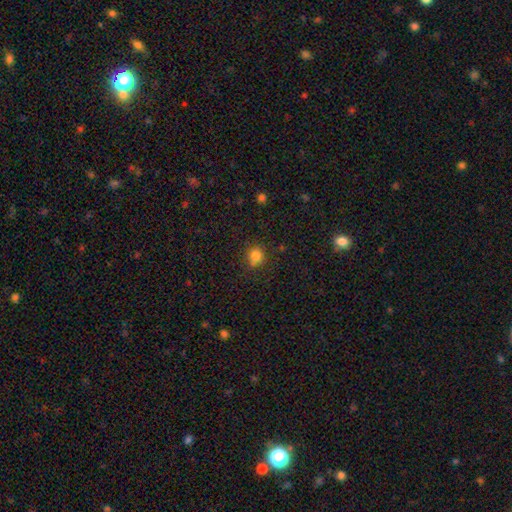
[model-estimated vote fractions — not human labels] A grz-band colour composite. It shows a smooth galaxy with no disk features (80%) that is round (84%). Merging: none (74%).